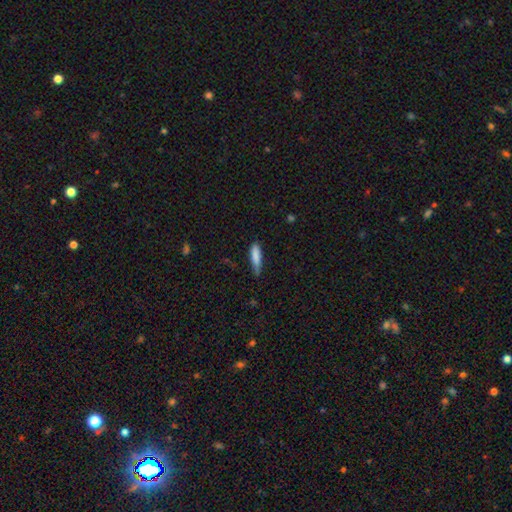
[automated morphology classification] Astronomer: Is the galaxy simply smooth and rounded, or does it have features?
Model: smooth — 84%.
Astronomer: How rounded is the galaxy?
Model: cigar-shaped — 71%.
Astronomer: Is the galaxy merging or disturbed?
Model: none — 62%.